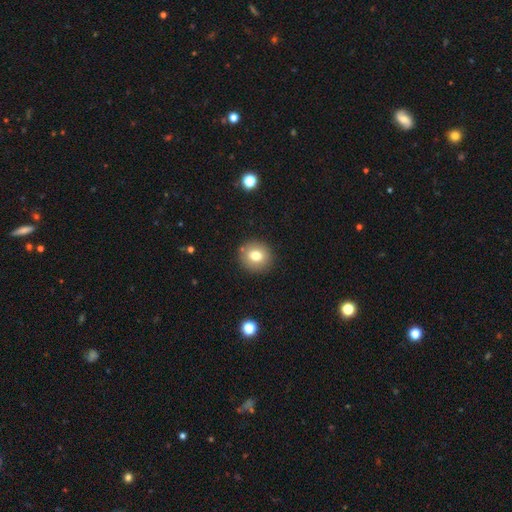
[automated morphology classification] Smooth or featured?
  - smooth: 77% *
  - featured or disk: 12%
  - star or artifact: 11%
How rounded?
  - round: 89% *
  - in between: 10%
  - cigar-shaped: 1%
Merging?
  - none: 88% *
  - minor disturbance: 7%
  - major disturbance: 2%
  - merger: 2%